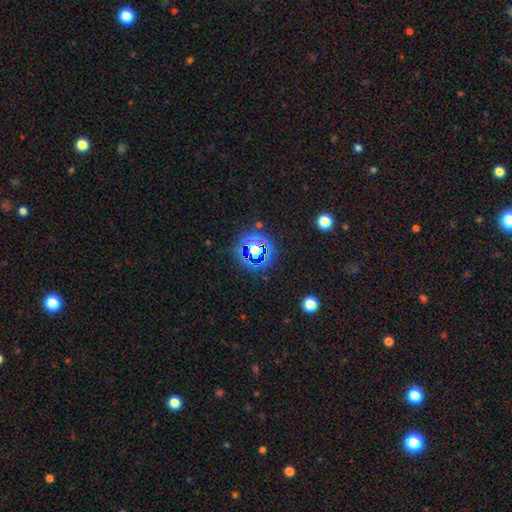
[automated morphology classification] Smooth or featured: star or artifact — 65% (smooth — 24%)